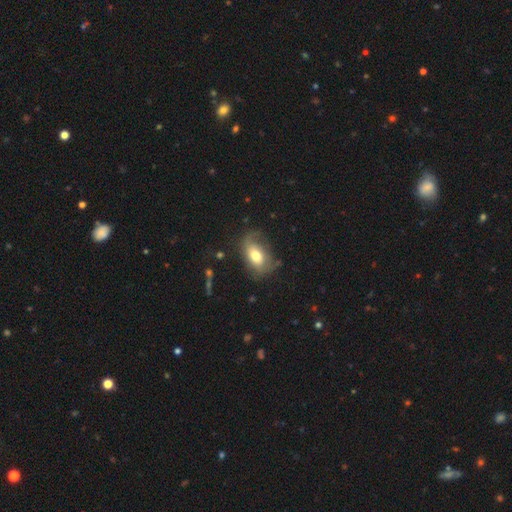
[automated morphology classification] smooth_or_featured: smooth (p=0.64) [alt: featured or disk p=0.28]
how_rounded: in between (p=0.87) [alt: round p=0.10]
merging: none (p=0.53) [alt: minor disturbance p=0.28]